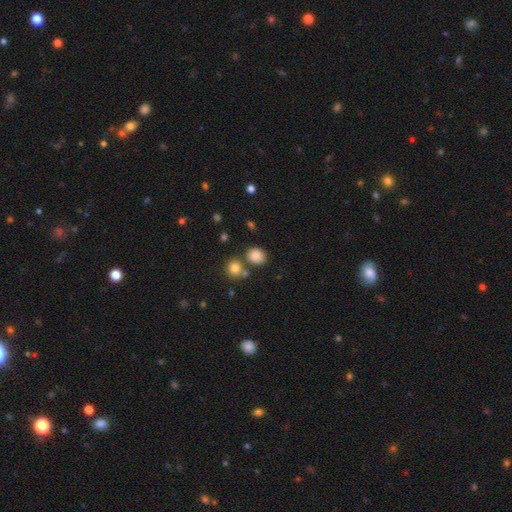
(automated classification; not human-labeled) smooth 83%, star or artifact 11%, featured or disk 5%. Down the decision tree: how rounded — round (64%); merging — none (72%).